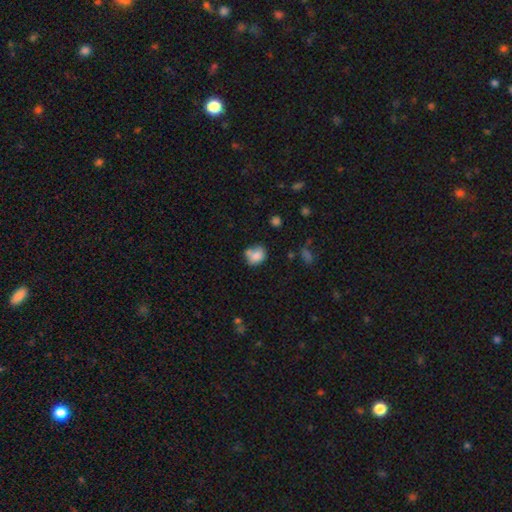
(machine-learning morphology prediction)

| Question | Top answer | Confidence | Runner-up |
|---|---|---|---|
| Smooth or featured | smooth | 80% | featured or disk (10%) |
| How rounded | round | 50% | in between (49%) |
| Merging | none | 43% | merger (26%) |